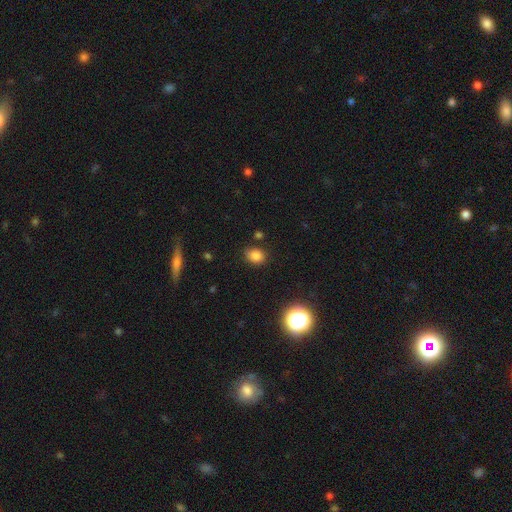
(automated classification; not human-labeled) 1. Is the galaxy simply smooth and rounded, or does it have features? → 80% smooth, 15% star or artifact, 5% featured or disk.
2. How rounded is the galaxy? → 54% round, 45% in between, 1% cigar-shaped.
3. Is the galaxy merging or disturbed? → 81% none, 13% minor disturbance, 3% major disturbance, 3% merger.